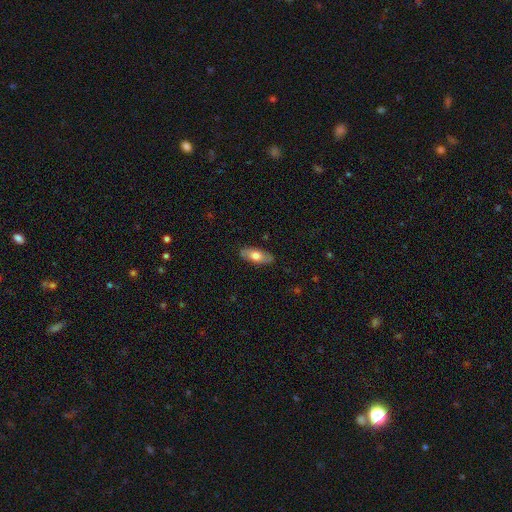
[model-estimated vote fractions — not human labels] The model was most divided on "smooth or featured": smooth: 63%, featured or disk: 31%, star or artifact: 6%. More confident: merging — none (85%); how rounded — in between (83%).